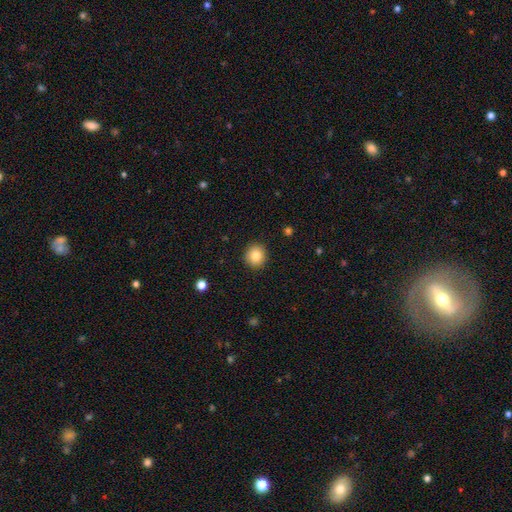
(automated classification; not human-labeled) The model was most divided on "smooth or featured": smooth: 83%, star or artifact: 9%, featured or disk: 7%. More confident: merging — none (92%); how rounded — round (90%).